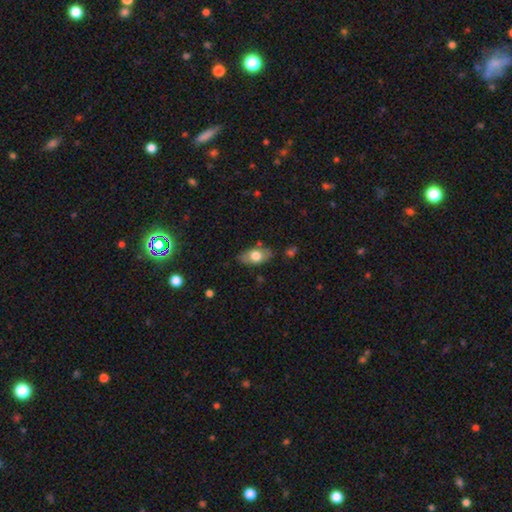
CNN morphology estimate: smooth-or-featured: smooth: 72% | featured or disk: 22% | star or artifact: 7%
  how-rounded: in between: 88% | round: 7% | cigar-shaped: 5%
  merging: none: 77% | minor disturbance: 17% | major disturbance: 3% | merger: 3%